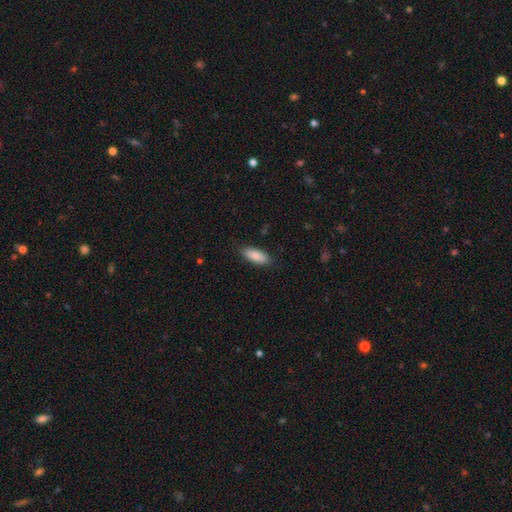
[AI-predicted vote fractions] A smooth galaxy with no disk features (88%) that is in between round and cigar-shaped (77%).

Vote fractions:
- Smooth or featured? smooth: 88% / star or artifact: 6% / featured or disk: 6%
- How rounded? in between: 77% / cigar-shaped: 21% / round: 2%
- Merging? none: 85% / minor disturbance: 11% / major disturbance: 2% / merger: 1%